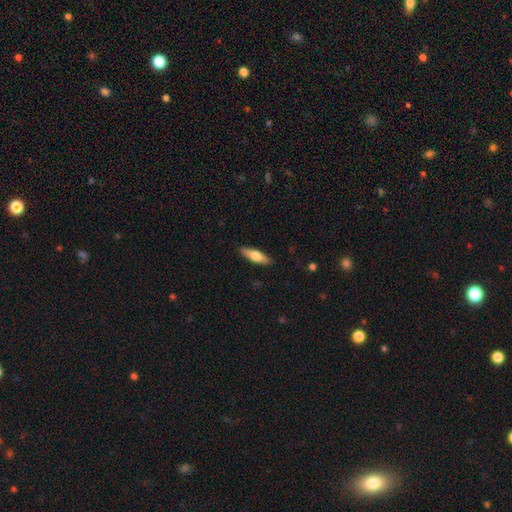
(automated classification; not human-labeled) The model was most divided on "how rounded": cigar-shaped: 58%, in between: 40%, round: 2%. More confident: merging — none (89%); smooth or featured — smooth (61%).